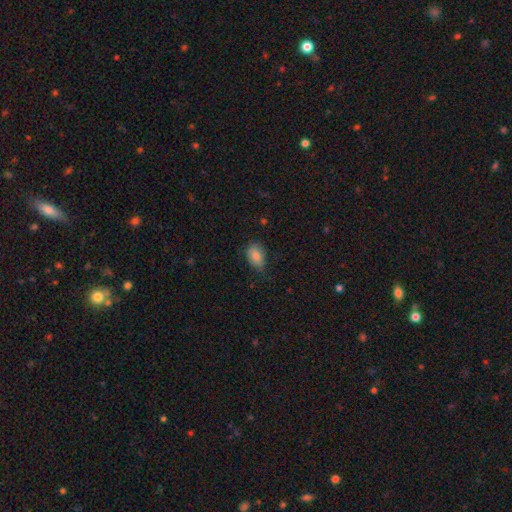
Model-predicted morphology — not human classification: Smooth or featured: smooth — 83% (featured or disk — 9%)
How rounded: in between — 87% (round — 11%)
Merging: none — 72% (minor disturbance — 22%)